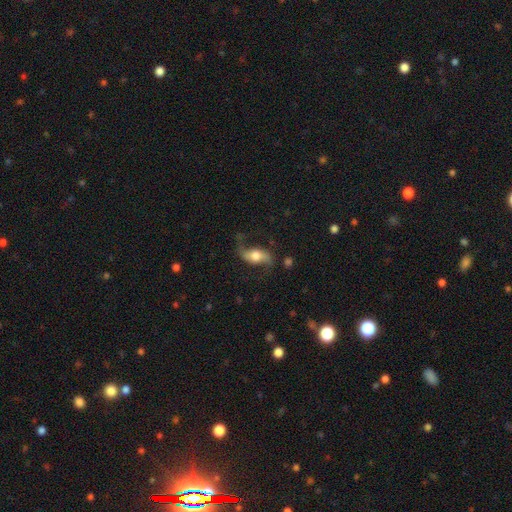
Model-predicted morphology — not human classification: smooth-or-featured: featured or disk: 72% | smooth: 21% | star or artifact: 7%
  disk-edge-on: no: 87% | yes: 13%
    bar: no: 46% | weak: 31% | strong: 23%
    has-spiral-arms: yes: 92% | no: 8%
      spiral-winding: loose: 83% | medium: 13% | tight: 4%
      spiral-arm-count: 2: 92% | 1: 2% | can't tell: 2% | 3: 1% | 4: 1% | more than 4: 1%
    bulge-size: moderate: 56% | large: 25% | small: 12% | dominant: 4% | none: 2%
  merging: none: 69% | minor disturbance: 17% | major disturbance: 11% | merger: 2%